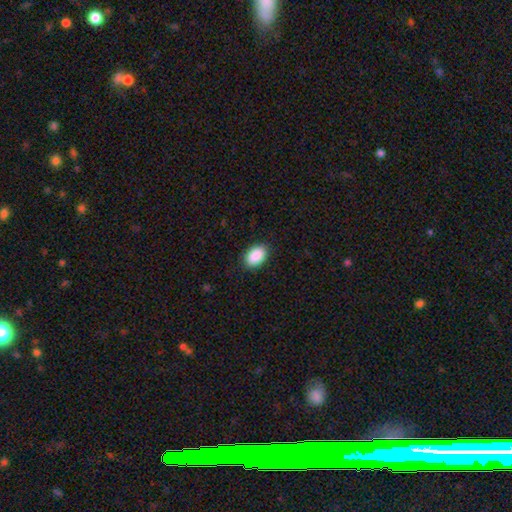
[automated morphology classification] A smooth galaxy with no disk features (90%) that is in between round and cigar-shaped (89%).

Vote fractions:
- Smooth or featured? smooth: 90% / star or artifact: 7% / featured or disk: 3%
- How rounded? in between: 89% / round: 10% / cigar-shaped: 1%
- Merging? none: 89% / minor disturbance: 8% / major disturbance: 2% / merger: 1%